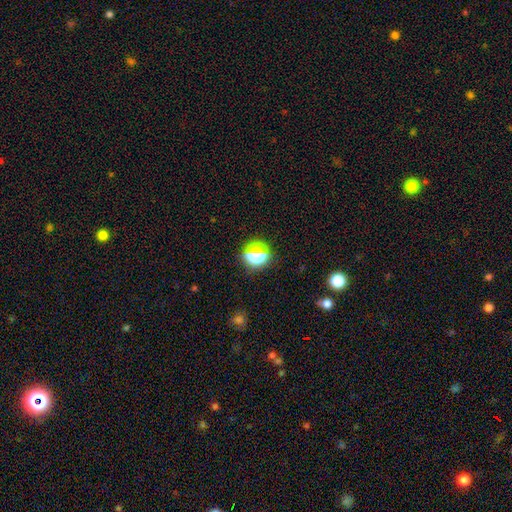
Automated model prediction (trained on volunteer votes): Smooth or featured?
  - smooth: 47% *
  - star or artifact: 44%
  - featured or disk: 10%
Merging?
  - none: 79% *
  - minor disturbance: 10%
  - major disturbance: 6%
  - merger: 5%